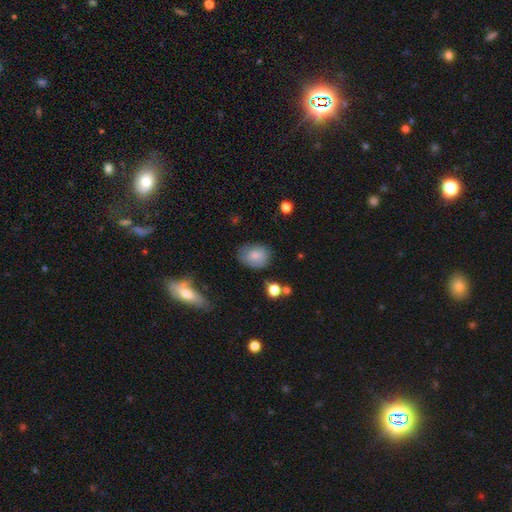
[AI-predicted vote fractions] The model was most divided on "how rounded": in between: 61%, round: 38%, cigar-shaped: 1%. More confident: smooth or featured — smooth (79%); merging — none (67%).